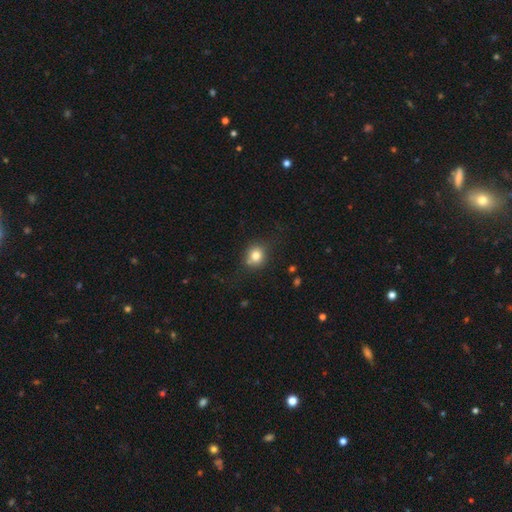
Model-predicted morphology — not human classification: Smooth or featured: smooth — 79% (star or artifact — 12%)
How rounded: round — 78% (in between — 21%)
Merging: none — 74% (minor disturbance — 16%)